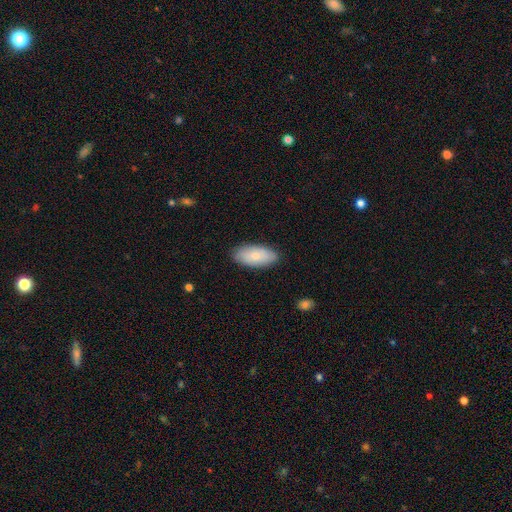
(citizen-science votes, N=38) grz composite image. It shows a smooth galaxy with no disk features (84%) that is in between round and cigar-shaped (94%). Merging: none (81%).